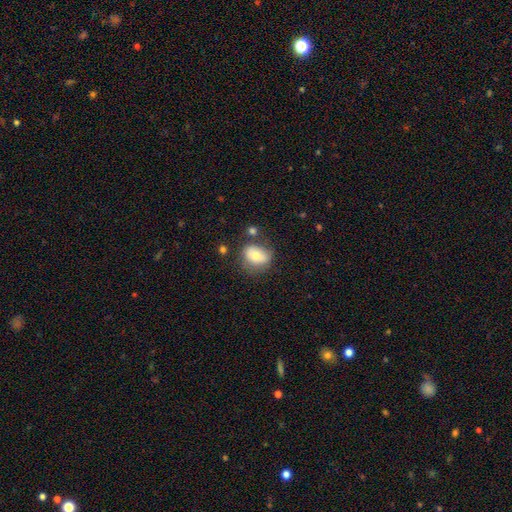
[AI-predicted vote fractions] The model was most divided on "how rounded": in between: 57%, round: 42%, cigar-shaped: 1%. More confident: smooth or featured — smooth (71%); merging — none (59%).